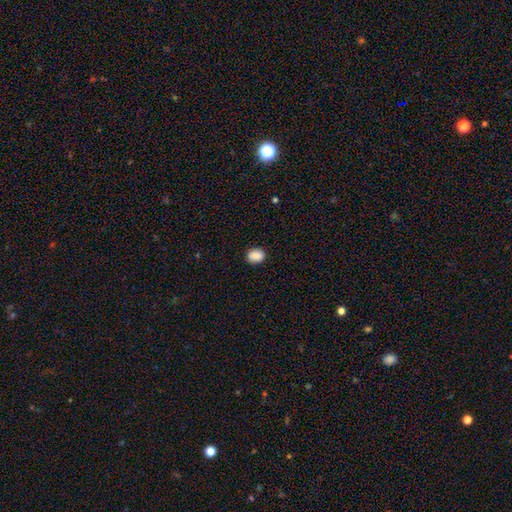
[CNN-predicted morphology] smooth 89%, star or artifact 8%, featured or disk 3%. Down the decision tree: how rounded — in between (58%); merging — none (89%).